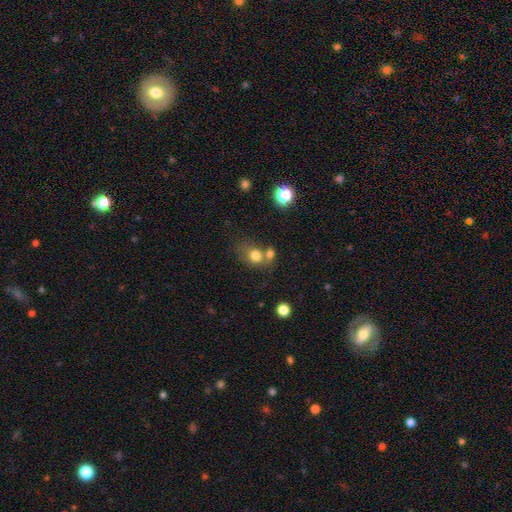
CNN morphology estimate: Q: Smooth or featured?
A: smooth (77%); runner-up: star or artifact (12%)
Q: How rounded?
A: round (56%); runner-up: in between (43%)
Q: Merging?
A: none (45%); runner-up: merger (36%)